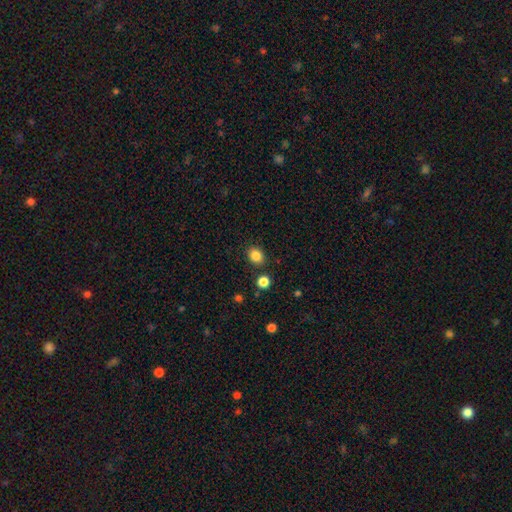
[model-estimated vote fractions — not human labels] smooth 85%, star or artifact 11%, featured or disk 4%. Down the decision tree: how rounded — round (60%); merging — none (85%).